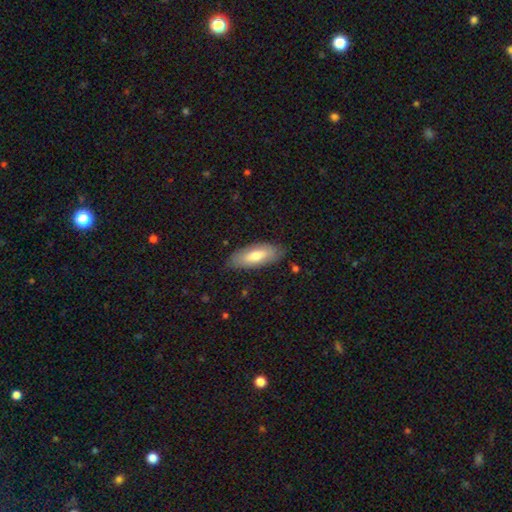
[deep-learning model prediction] smooth 70%, featured or disk 24%, star or artifact 6%. Down the decision tree: how rounded — in between (78%); merging — none (81%).